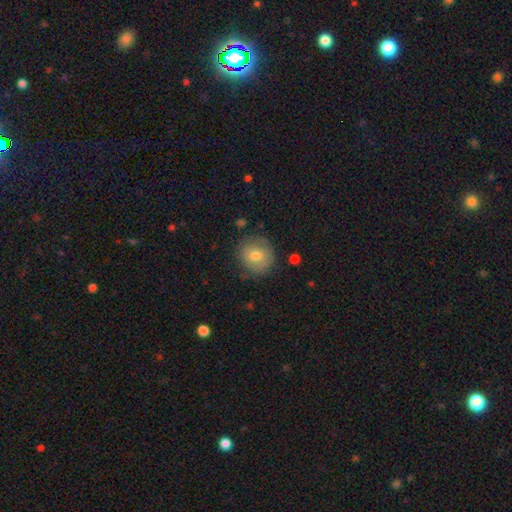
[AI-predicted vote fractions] smooth 71%, featured or disk 20%, star or artifact 9%. Down the decision tree: how rounded — round (88%); merging — none (79%).